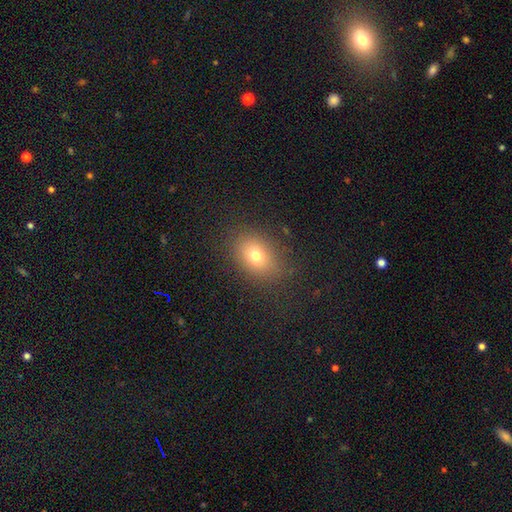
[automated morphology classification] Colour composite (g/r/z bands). It shows a smooth galaxy with no disk features (73%) that is in between round and cigar-shaped (64%). Merging: none (83%).